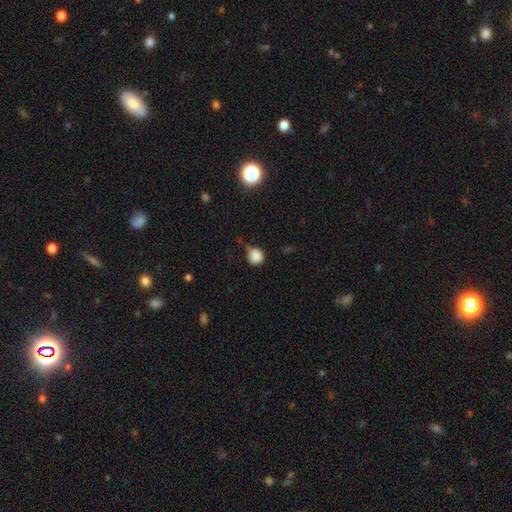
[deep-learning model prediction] A smooth galaxy with no disk features (84%) that is round (84%).

Vote fractions:
- Smooth or featured? smooth: 84% / star or artifact: 11% / featured or disk: 5%
- How rounded? round: 84% / in between: 14% / cigar-shaped: 1%
- Merging? none: 50% / minor disturbance: 37% / major disturbance: 9% / merger: 4%